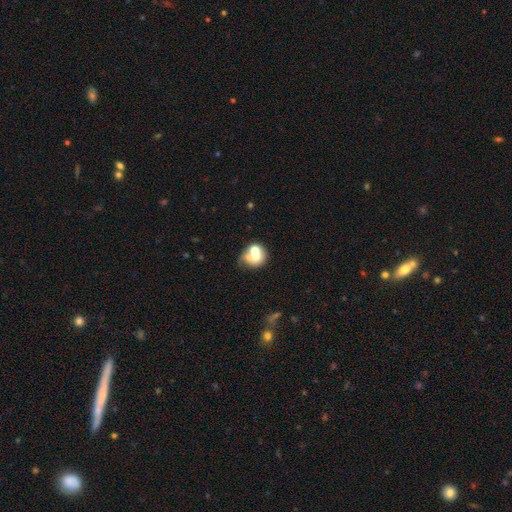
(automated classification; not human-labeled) Smooth or featured? smooth (57%)
How rounded? round (67%)
Merging? merger (51%)